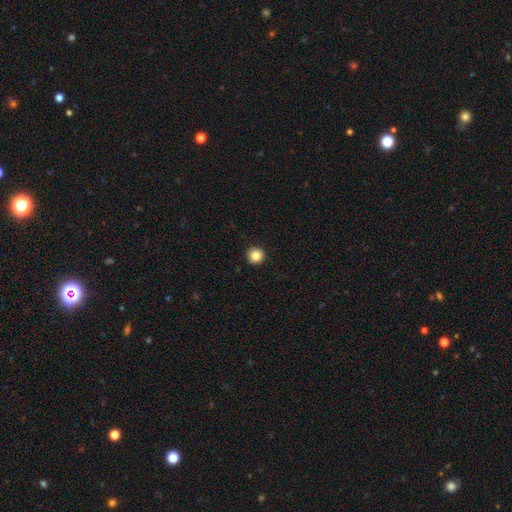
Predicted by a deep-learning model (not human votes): A smooth galaxy with no disk features (86%) that is round (95%).

Vote fractions:
- Smooth or featured? smooth: 86% / star or artifact: 10% / featured or disk: 4%
- How rounded? round: 95% / in between: 4% / cigar-shaped: 1%
- Merging? none: 93% / minor disturbance: 5% / major disturbance: 1% / merger: 1%